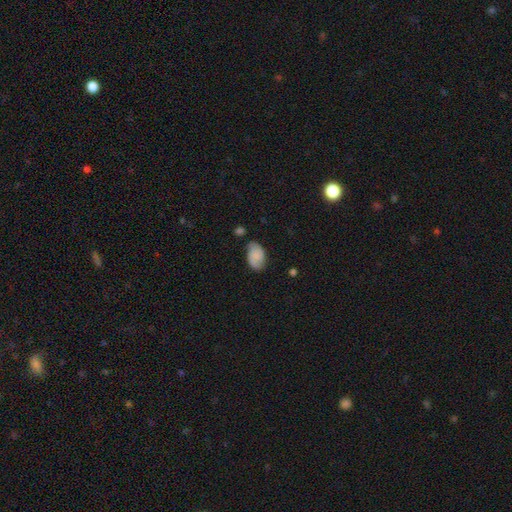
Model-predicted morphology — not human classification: The model was most divided on "smooth or featured": smooth: 59%, featured or disk: 32%, star or artifact: 9%. More confident: how rounded — in between (91%); merging — none (66%).